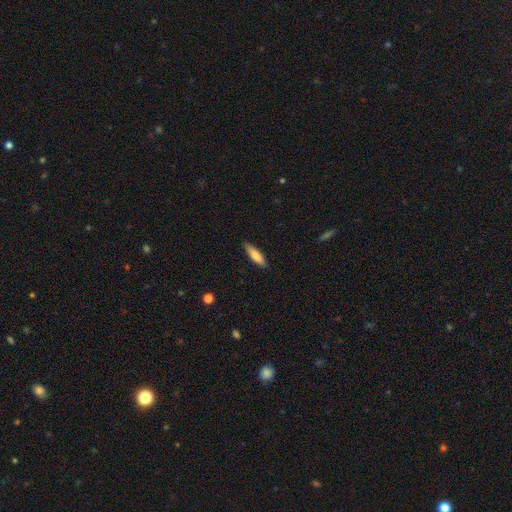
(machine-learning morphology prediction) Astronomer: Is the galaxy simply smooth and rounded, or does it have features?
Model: smooth — 76%.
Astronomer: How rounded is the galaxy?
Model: cigar-shaped — 70%.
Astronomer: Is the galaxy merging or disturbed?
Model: none — 86%.